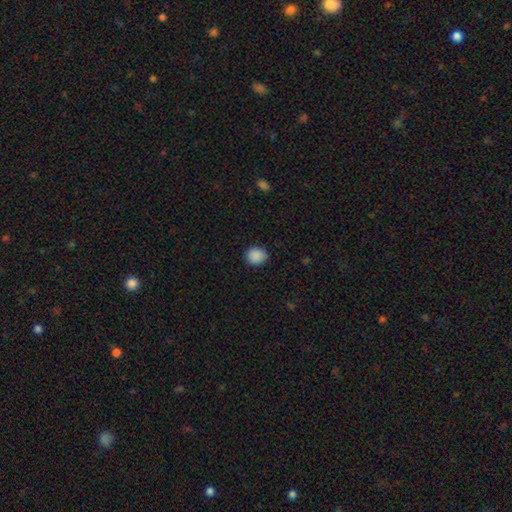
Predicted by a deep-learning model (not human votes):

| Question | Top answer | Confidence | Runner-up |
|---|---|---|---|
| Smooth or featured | smooth | 89% | star or artifact (8%) |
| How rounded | round | 79% | in between (20%) |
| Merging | none | 90% | minor disturbance (7%) |